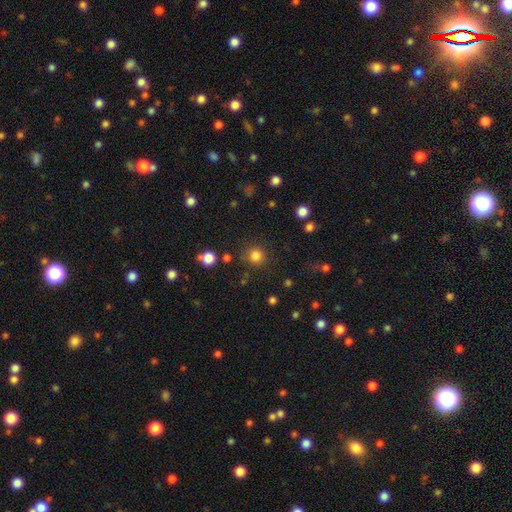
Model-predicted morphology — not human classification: The model was most divided on "smooth or featured": smooth: 82%, star or artifact: 14%, featured or disk: 4%. More confident: how rounded — round (93%); merging — none (85%).